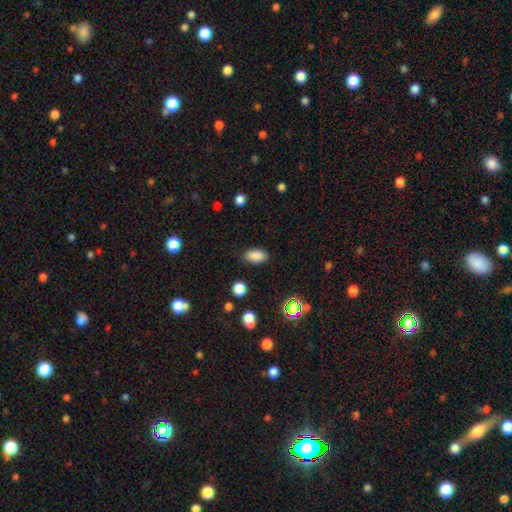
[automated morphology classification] This appears to be a smooth galaxy with no disk features (86%) that is in between round and cigar-shaped (92%). Merging: none (86%).